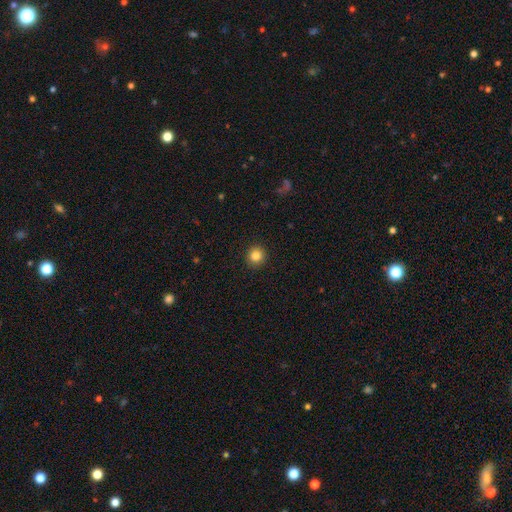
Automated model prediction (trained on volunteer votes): The model was most divided on "smooth or featured": smooth: 85%, star or artifact: 11%, featured or disk: 4%. More confident: how rounded — round (93%); merging — none (93%).